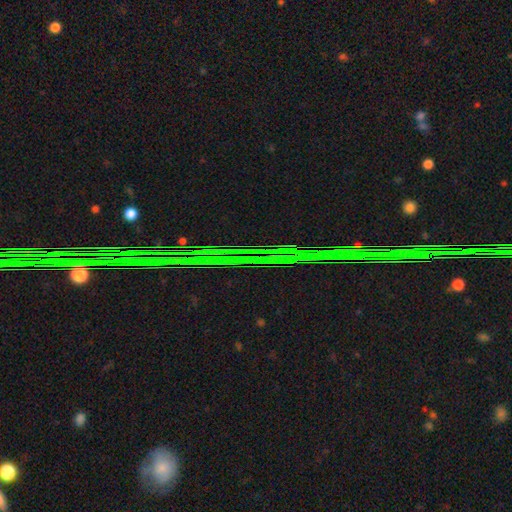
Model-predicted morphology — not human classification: Smooth or featured: star or artifact — 85% (featured or disk — 8%)